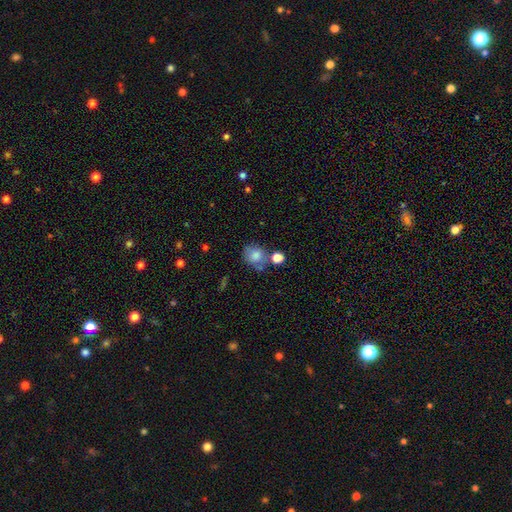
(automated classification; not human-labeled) A smooth galaxy with no disk features (78%) that is round (66%).

Vote fractions:
- Smooth or featured? smooth: 78% / featured or disk: 12% / star or artifact: 10%
- How rounded? round: 66% / in between: 33% / cigar-shaped: 1%
- Merging? none: 54% / minor disturbance: 19% / merger: 19% / major disturbance: 8%